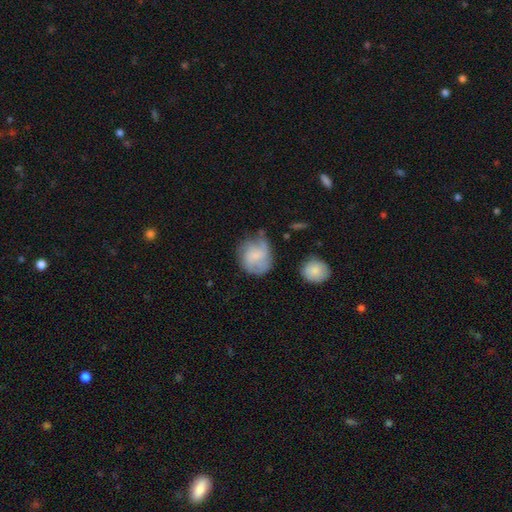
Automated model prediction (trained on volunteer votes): This is possibly a smooth galaxy (50%). How rounded: likely round (78%). Merging: possibly none (55%).